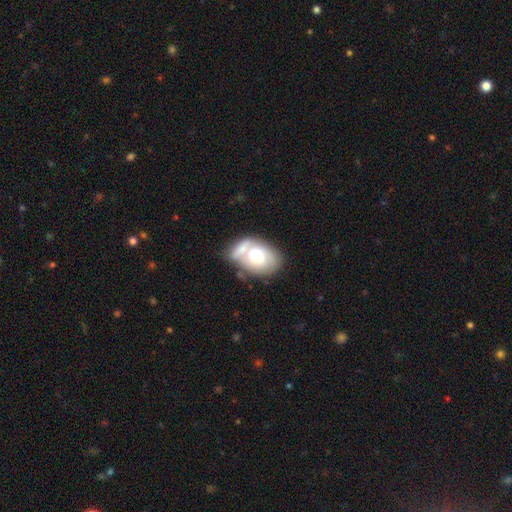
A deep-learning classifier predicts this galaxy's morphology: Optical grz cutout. It shows a smooth galaxy with no disk features (56%) that is in between round and cigar-shaped (82%). Merging: merger (36%).